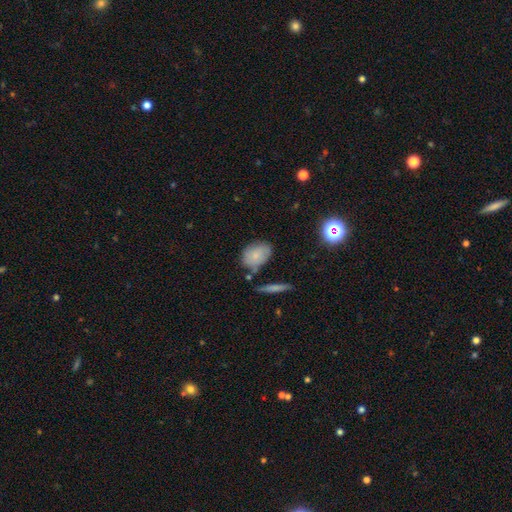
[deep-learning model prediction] This appears to be a smooth galaxy with no disk features (77%) that is in between round and cigar-shaped (77%). Merging: none (62%).